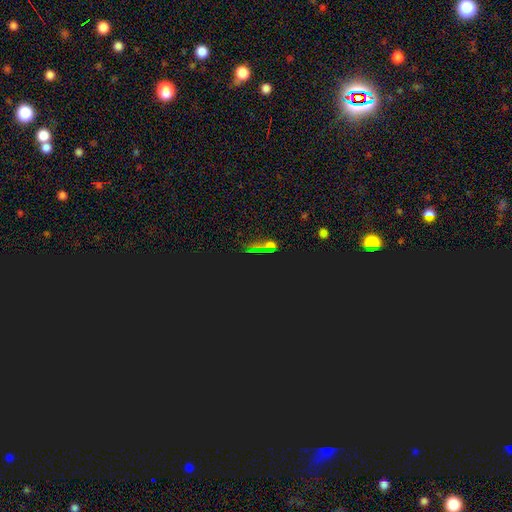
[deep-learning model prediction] This is likely a star or artifact rather than a galaxy (71%).